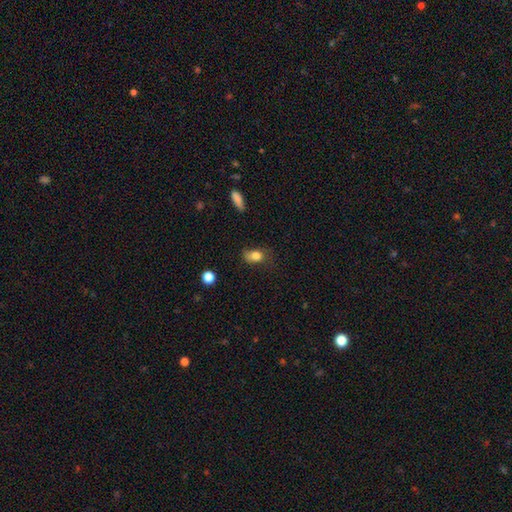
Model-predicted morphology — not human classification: smooth 81%, featured or disk 10%, star or artifact 10%. Down the decision tree: how rounded — in between (75%); merging — none (46%).